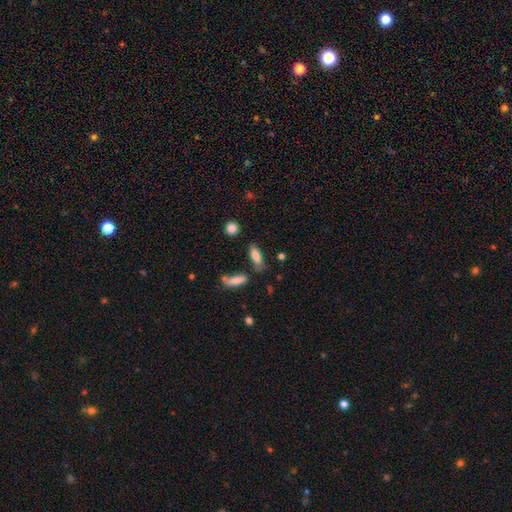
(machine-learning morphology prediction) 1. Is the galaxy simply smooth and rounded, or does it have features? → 77% smooth, 15% featured or disk, 8% star or artifact.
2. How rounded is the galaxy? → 63% in between, 34% cigar-shaped, 3% round.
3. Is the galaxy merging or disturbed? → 61% none, 22% minor disturbance, 10% merger, 7% major disturbance.